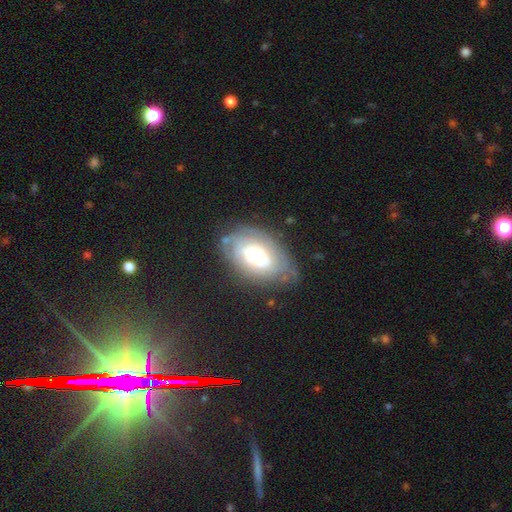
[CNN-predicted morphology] smooth_or_featured: featured or disk (p=0.60) [alt: smooth p=0.32]
disk_edge_on: no (p=0.93) [alt: yes p=0.07]
bar: no (p=0.75) [alt: weak p=0.19]
has_spiral_arms: yes (p=0.69) [alt: no p=0.31]
bulge_size: moderate (p=0.48) [alt: small p=0.29]
merging: none (p=0.64) [alt: minor disturbance p=0.23]